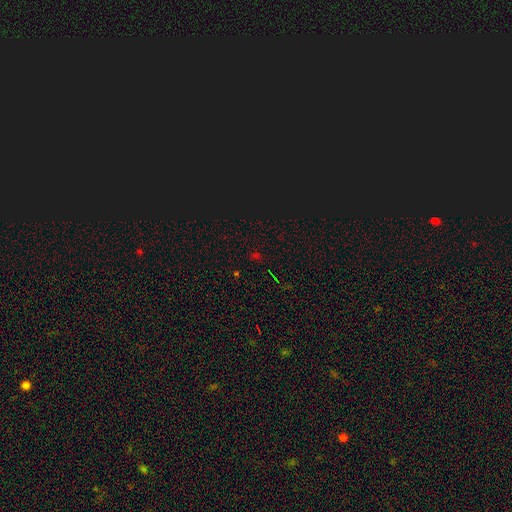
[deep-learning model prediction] The model was most divided on "smooth or featured": star or artifact: 70%, smooth: 23%, featured or disk: 7%.